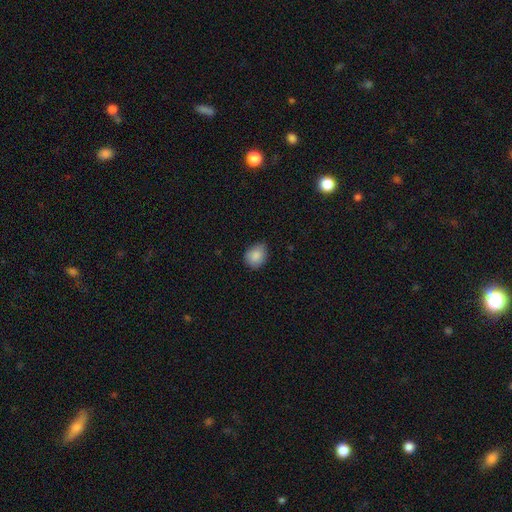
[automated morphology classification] The model was most divided on "how rounded": round: 58%, in between: 42%, cigar-shaped: 1%. More confident: smooth or featured — smooth (87%); merging — none (75%).